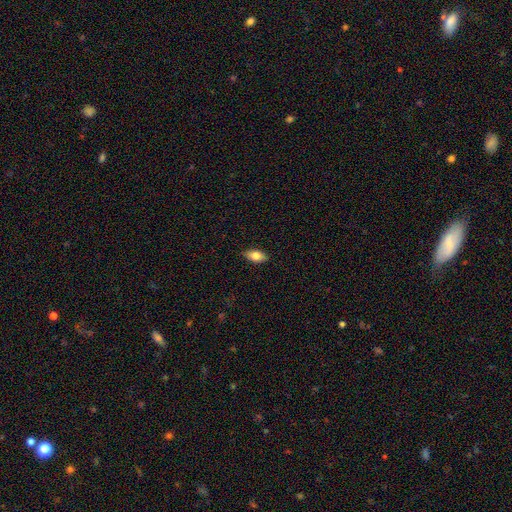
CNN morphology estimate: The model was most divided on "smooth or featured": smooth: 79%, featured or disk: 14%, star or artifact: 7%. More confident: how rounded — in between (89%); merging — none (88%).